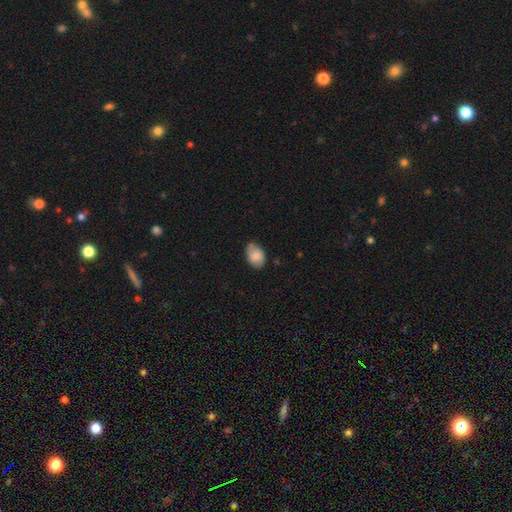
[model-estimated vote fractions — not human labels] A smooth galaxy with no disk features (76%) that is in between round and cigar-shaped (83%).

Vote fractions:
- Smooth or featured? smooth: 76% / featured or disk: 17% / star or artifact: 7%
- How rounded? in between: 83% / round: 16% / cigar-shaped: 1%
- Merging? none: 68% / minor disturbance: 26% / major disturbance: 4% / merger: 2%